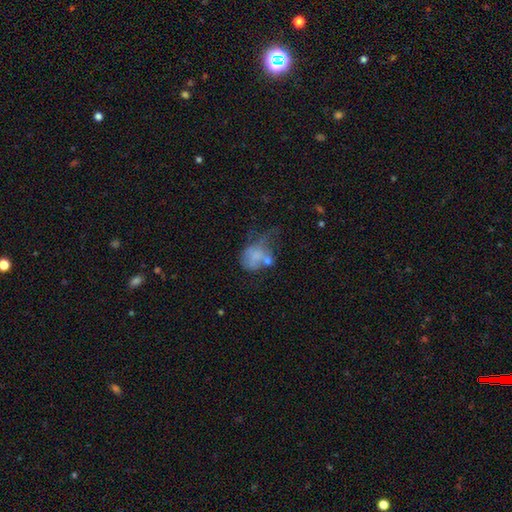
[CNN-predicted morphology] Q: Smooth or featured?
A: smooth (58%); runner-up: featured or disk (30%)
Q: How rounded?
A: in between (57%); runner-up: round (42%)
Q: Merging?
A: major disturbance (39%); runner-up: minor disturbance (23%)